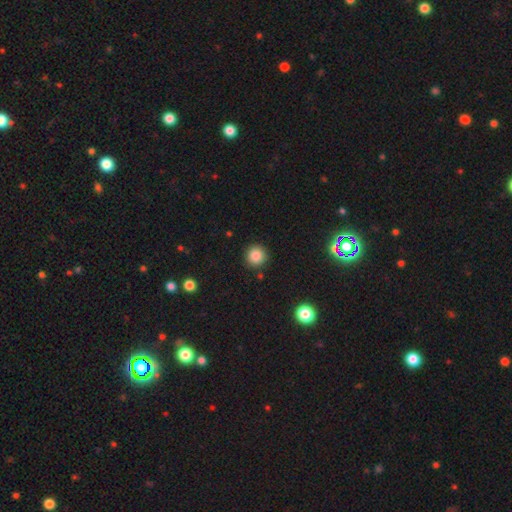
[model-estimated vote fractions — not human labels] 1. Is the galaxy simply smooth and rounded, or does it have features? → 85% smooth, 11% star or artifact, 5% featured or disk.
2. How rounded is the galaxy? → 94% round, 5% in between, 1% cigar-shaped.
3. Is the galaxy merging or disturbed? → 90% none, 6% minor disturbance, 2% major disturbance, 2% merger.